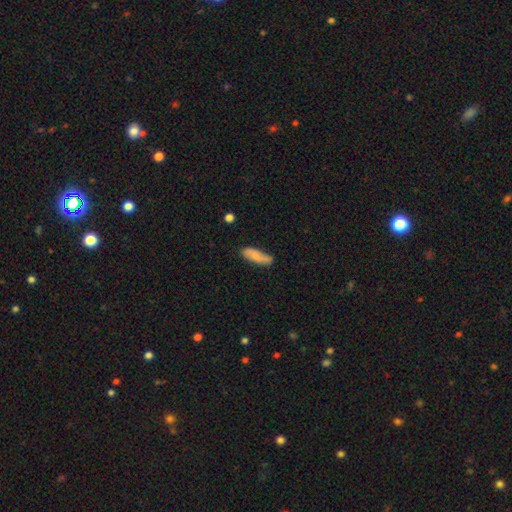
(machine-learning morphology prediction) smooth_or_featured: smooth (p=0.79) [alt: featured or disk p=0.15]
how_rounded: in between (p=0.52) [alt: cigar-shaped p=0.46]
merging: none (p=0.66) [alt: minor disturbance p=0.25]